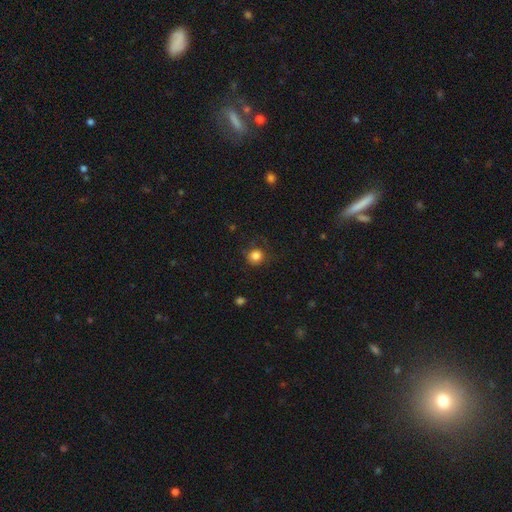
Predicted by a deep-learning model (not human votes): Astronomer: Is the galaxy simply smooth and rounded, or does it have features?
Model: smooth — 83%.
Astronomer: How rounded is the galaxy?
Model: round — 90%.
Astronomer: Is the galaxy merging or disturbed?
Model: none — 76%.